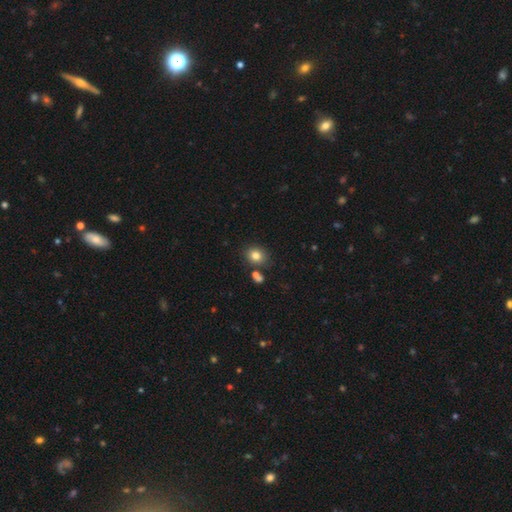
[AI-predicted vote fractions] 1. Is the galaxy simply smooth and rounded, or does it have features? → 81% smooth, 12% star or artifact, 7% featured or disk.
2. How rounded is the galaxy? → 66% round, 34% in between, 1% cigar-shaped.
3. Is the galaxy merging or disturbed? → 78% none, 10% minor disturbance, 9% merger, 3% major disturbance.